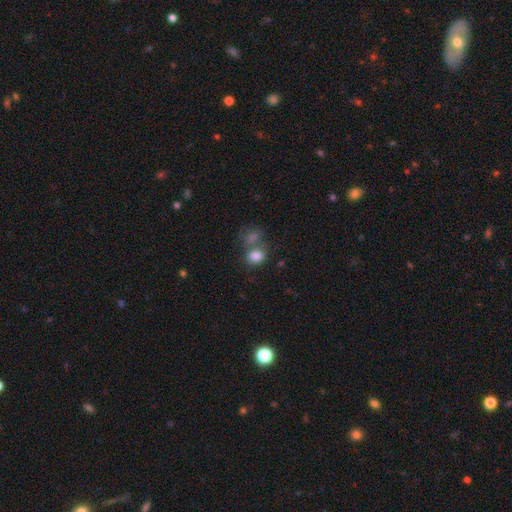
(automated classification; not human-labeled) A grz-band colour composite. It shows a smooth galaxy with no disk features (82%) that is in between round and cigar-shaped (60%). Merging: none (42%).